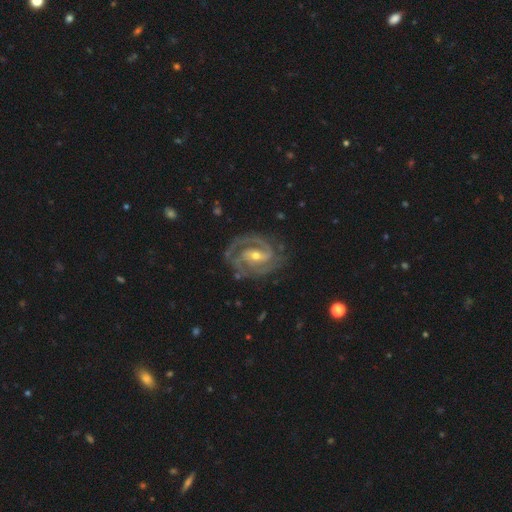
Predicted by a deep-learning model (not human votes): A featured or disk galaxy (92%) with a weak bar (44%), 2 (73%) tight (57%) spiral arms (98%) and a small central bulge (53%). Merging: none (78%).